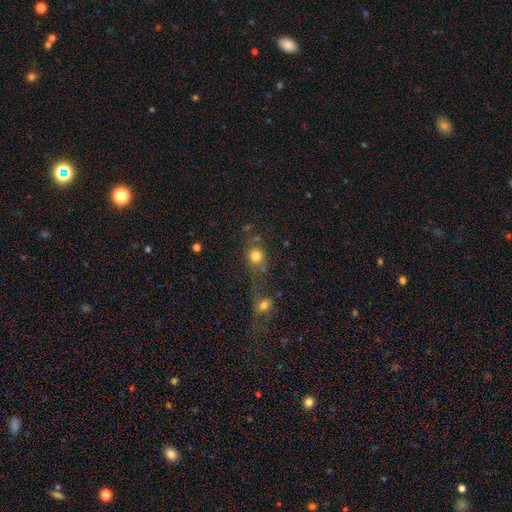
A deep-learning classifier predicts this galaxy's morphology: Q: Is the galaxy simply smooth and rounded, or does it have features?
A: smooth — 78%.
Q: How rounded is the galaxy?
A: round — 84%.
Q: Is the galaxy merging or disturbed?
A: none — 47%.